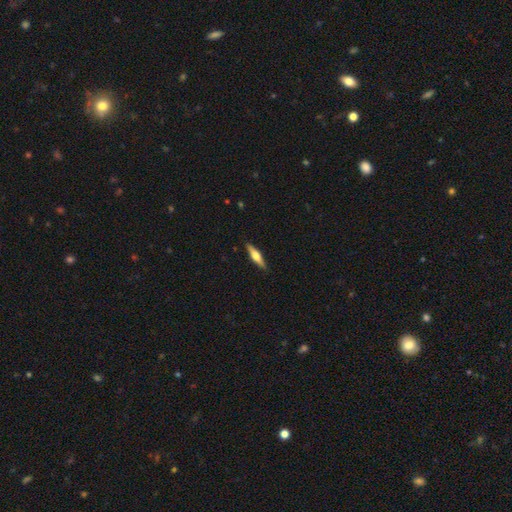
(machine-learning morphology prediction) This appears to be a featured or disk galaxy (56%) viewed edge-on (96%) with a rounded central bulge (89%). Merging: none (89%).